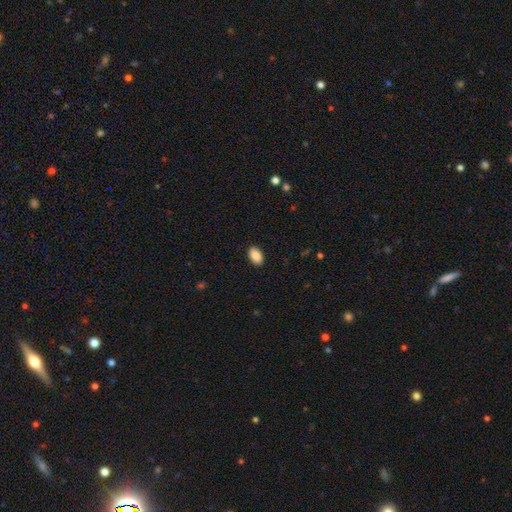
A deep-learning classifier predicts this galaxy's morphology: Smooth or featured?
  - smooth: 87% *
  - star or artifact: 7%
  - featured or disk: 6%
How rounded?
  - in between: 93% *
  - round: 5%
  - cigar-shaped: 2%
Merging?
  - none: 90% *
  - minor disturbance: 7%
  - major disturbance: 2%
  - merger: 1%